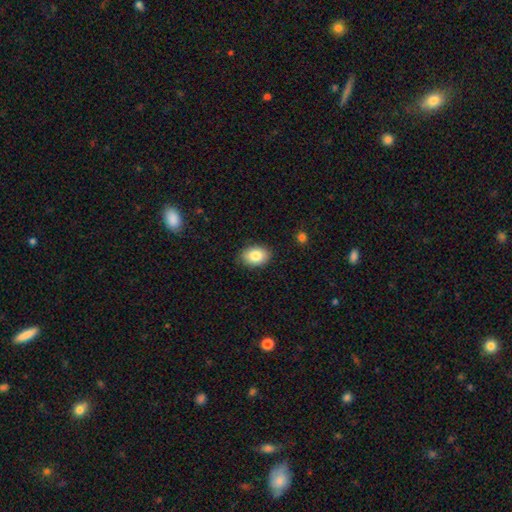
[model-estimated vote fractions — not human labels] Q: Smooth or featured?
A: smooth (84%); runner-up: featured or disk (8%)
Q: How rounded?
A: in between (80%); runner-up: round (18%)
Q: Merging?
A: none (87%); runner-up: minor disturbance (10%)